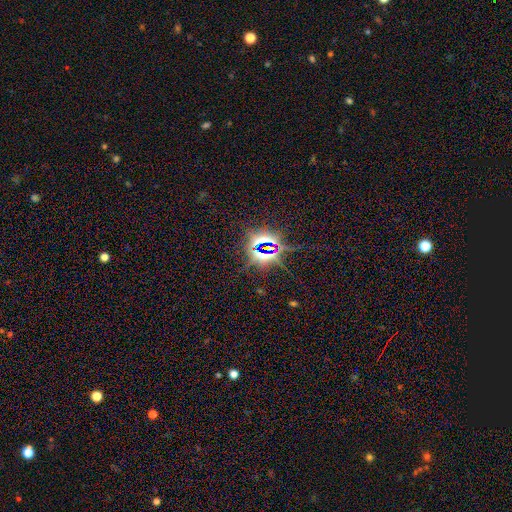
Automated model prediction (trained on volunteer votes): Smooth or featured? Predicted: star or artifact (p=0.81).